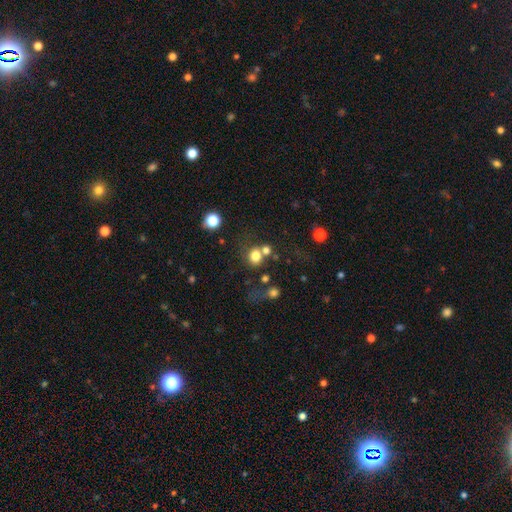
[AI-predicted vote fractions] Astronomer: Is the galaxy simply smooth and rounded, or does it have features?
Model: smooth — 78%.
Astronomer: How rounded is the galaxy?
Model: round — 79%.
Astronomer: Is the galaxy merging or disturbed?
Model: none — 55%.